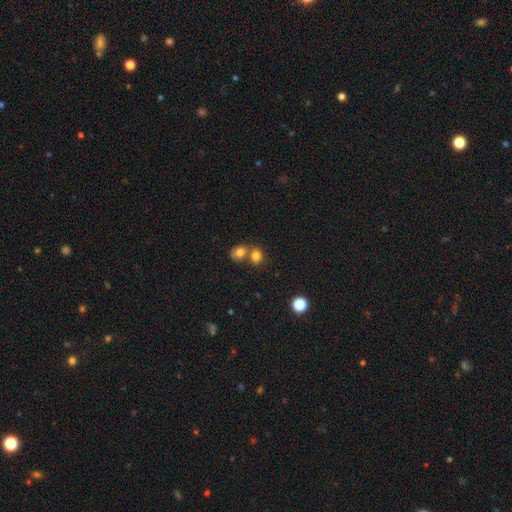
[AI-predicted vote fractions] smooth 80%, star or artifact 12%, featured or disk 8%. Down the decision tree: how rounded — round (64%); merging — merger (47%).